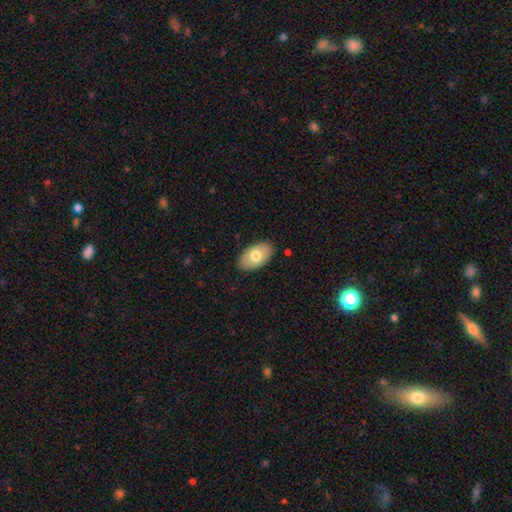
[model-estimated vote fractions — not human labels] Q: Smooth or featured?
A: smooth (74%); runner-up: featured or disk (20%)
Q: How rounded?
A: in between (95%); runner-up: round (4%)
Q: Merging?
A: none (87%); runner-up: minor disturbance (10%)